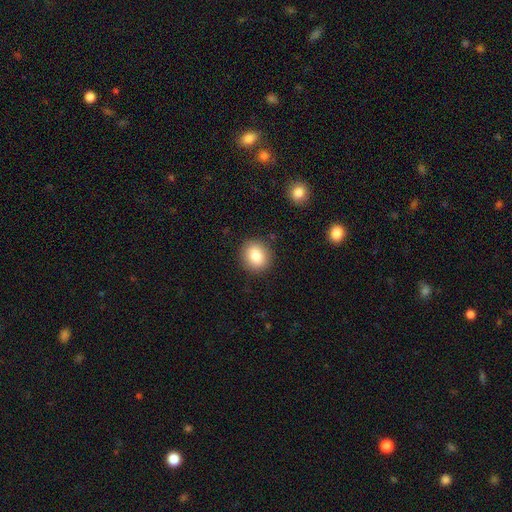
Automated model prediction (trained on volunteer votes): smooth 83%, star or artifact 9%, featured or disk 8%. Down the decision tree: how rounded — round (79%); merging — none (89%).